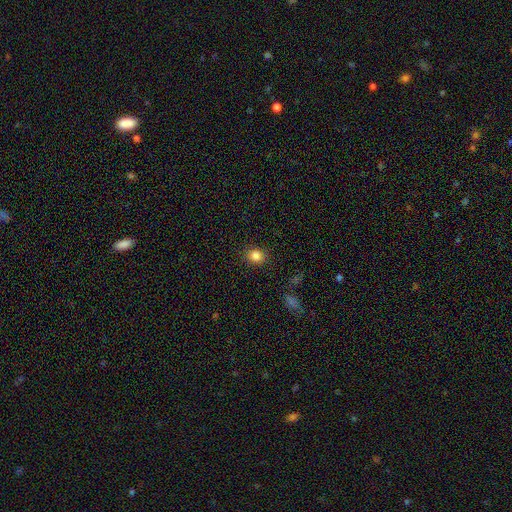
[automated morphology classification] smooth 84%, star or artifact 11%, featured or disk 5%. Down the decision tree: how rounded — round (69%); merging — none (88%).